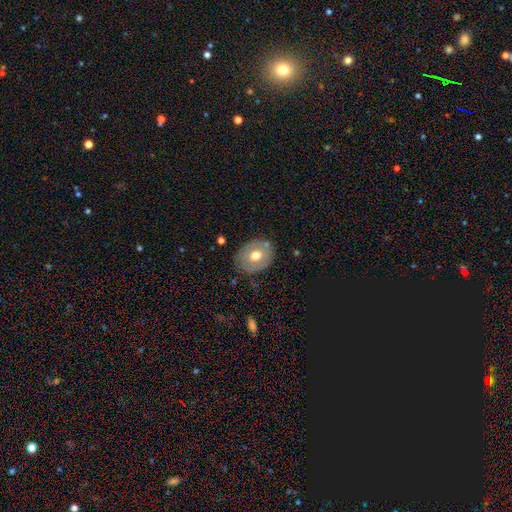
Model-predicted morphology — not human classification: This appears to be a smooth galaxy with no disk features (54%) that is in between round and cigar-shaped (55%). Merging: none (79%).